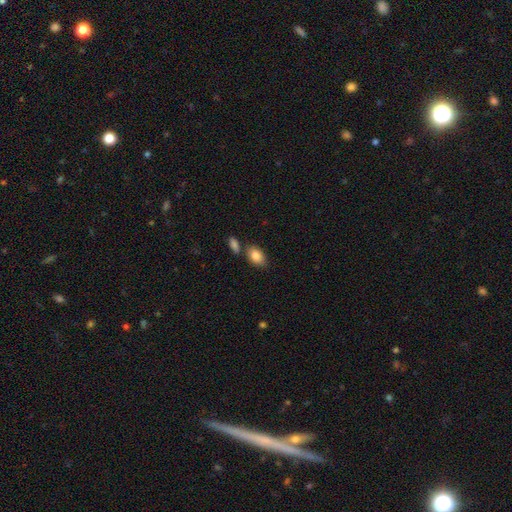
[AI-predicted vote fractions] Smooth or featured: smooth — 85% (featured or disk — 8%)
How rounded: in between — 88% (round — 10%)
Merging: none — 67% (merger — 16%)